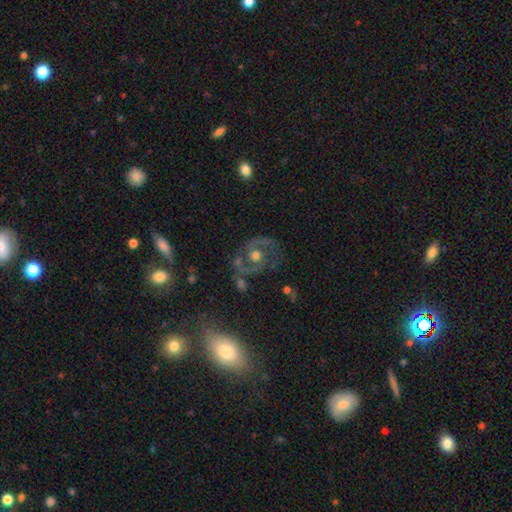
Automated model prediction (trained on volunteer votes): This appears to be a featured or disk galaxy (72%) with no bar (74%), 2 (81%) medium (50%) spiral arms (75%) and a moderate central bulge (71%). Merging: none (67%).